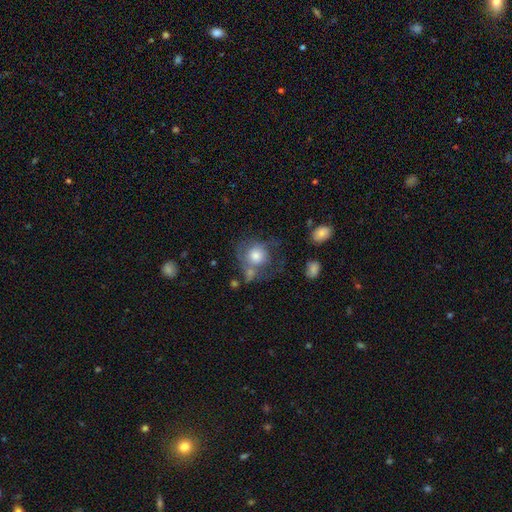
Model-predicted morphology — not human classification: type=smooth (60%); roundness=round (82%); merging=none (42%).